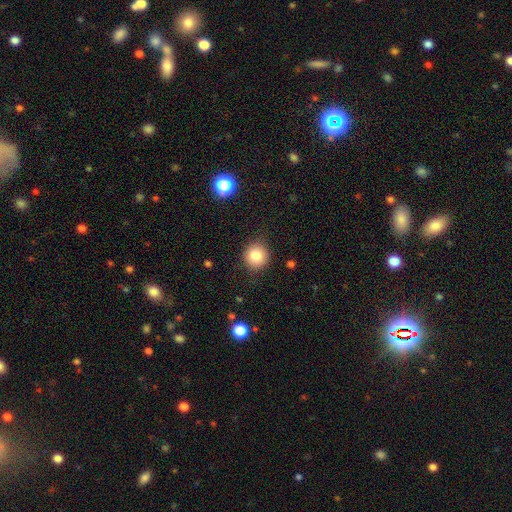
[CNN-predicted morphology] smooth 82%, star or artifact 11%, featured or disk 7%. Down the decision tree: how rounded — round (91%); merging — none (87%).